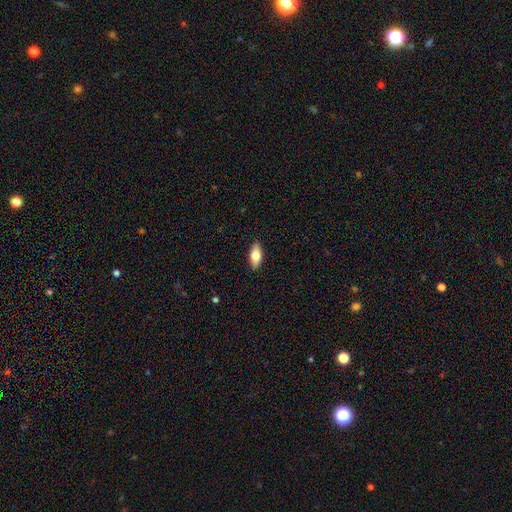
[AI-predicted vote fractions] Q: Smooth or featured?
A: smooth (72%); runner-up: featured or disk (22%)
Q: How rounded?
A: in between (83%); runner-up: cigar-shaped (14%)
Q: Merging?
A: none (89%); runner-up: minor disturbance (9%)